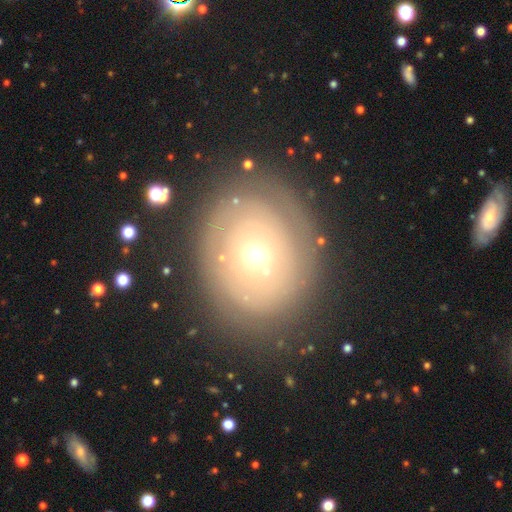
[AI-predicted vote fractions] A featured or disk galaxy (45%).

Vote fractions:
- Smooth or featured? featured or disk: 45% / smooth: 42% / star or artifact: 13%
- Merging? none: 75% / minor disturbance: 15% / major disturbance: 7% / merger: 2%